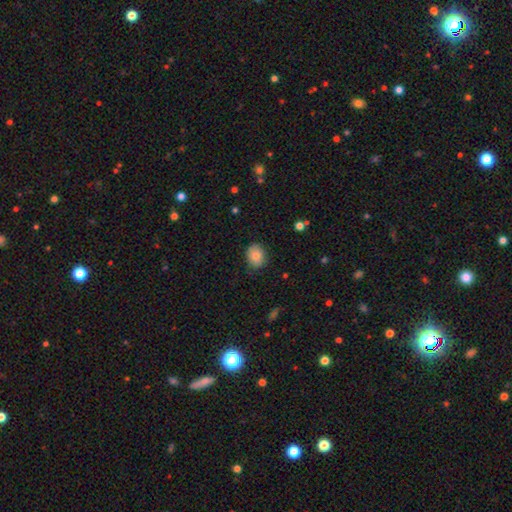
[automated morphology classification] smooth-or-featured: smooth: 83% | featured or disk: 9% | star or artifact: 8%
  how-rounded: in between: 58% | round: 41% | cigar-shaped: 1%
  merging: none: 83% | minor disturbance: 13% | major disturbance: 3% | merger: 1%